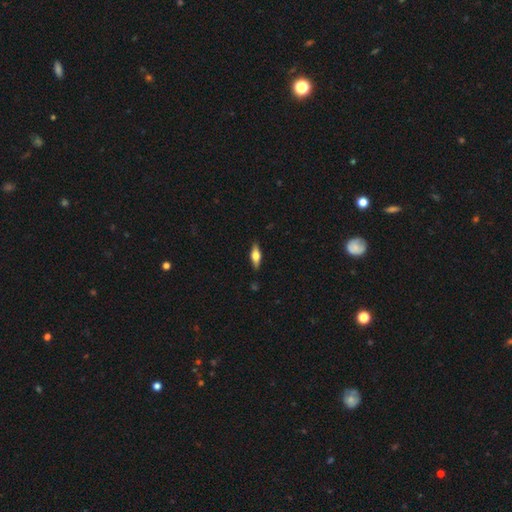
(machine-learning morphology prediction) Smooth or featured? Predicted: smooth (p=0.51). How rounded? Predicted: in between (p=0.57). Merging? Predicted: none (p=0.87).